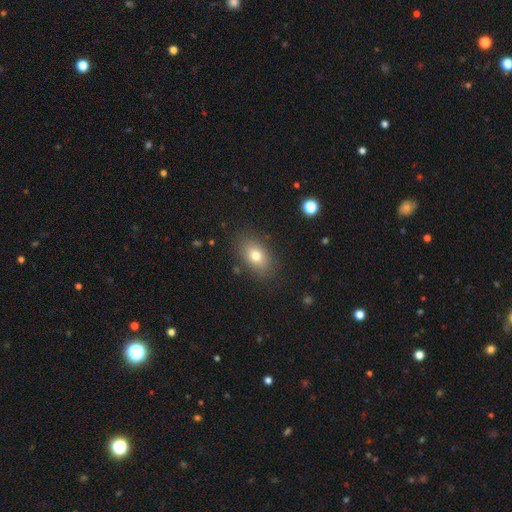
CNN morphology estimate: This appears to be a smooth galaxy with no disk features (76%) that is in between round and cigar-shaped (84%). Merging: none (85%).